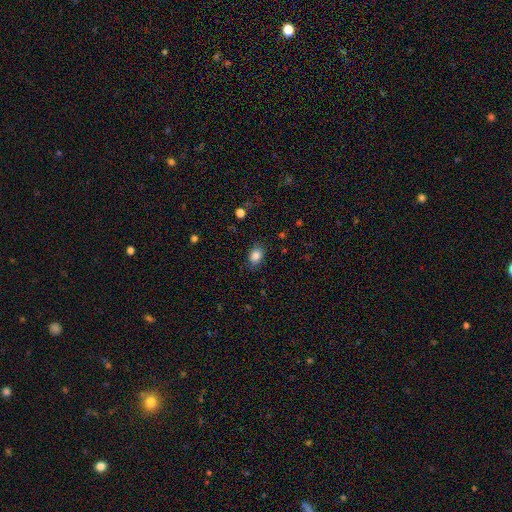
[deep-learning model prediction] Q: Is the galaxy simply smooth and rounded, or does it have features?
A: smooth — 85%.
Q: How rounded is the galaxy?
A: in between — 72%.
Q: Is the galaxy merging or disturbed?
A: none — 83%.